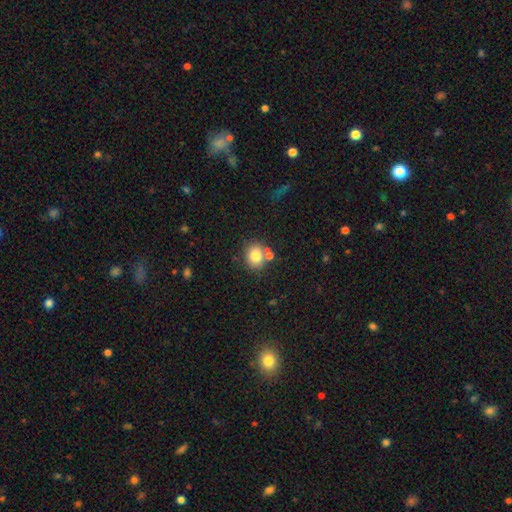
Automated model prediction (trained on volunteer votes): A smooth galaxy with no disk features (79%) that is round (71%). Merging: none (67%).